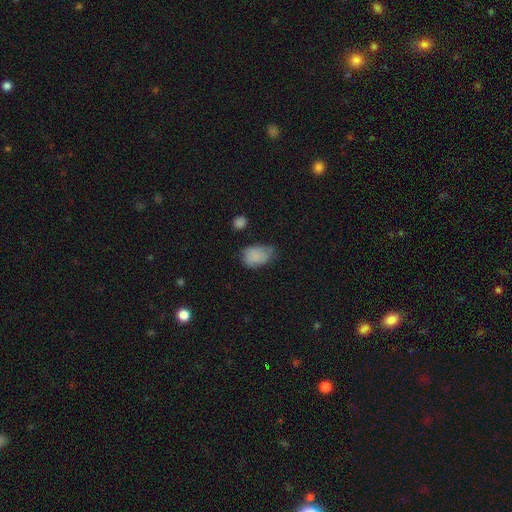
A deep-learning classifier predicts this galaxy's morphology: type=smooth (83%); roundness=in between (85%); merging=none (52%).